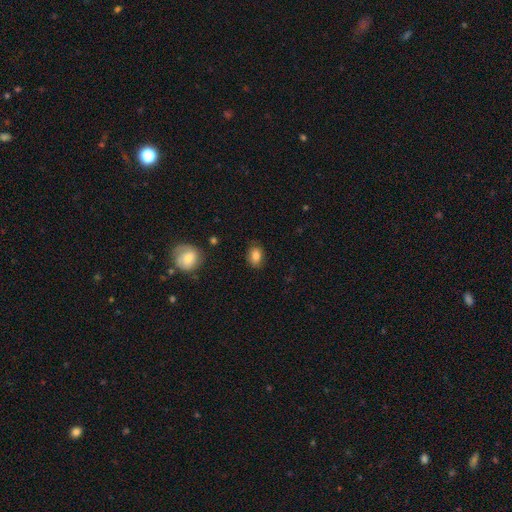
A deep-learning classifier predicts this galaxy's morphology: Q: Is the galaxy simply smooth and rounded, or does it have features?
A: smooth — 82%.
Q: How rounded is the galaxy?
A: in between — 74%.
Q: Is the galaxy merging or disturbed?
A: none — 84%.